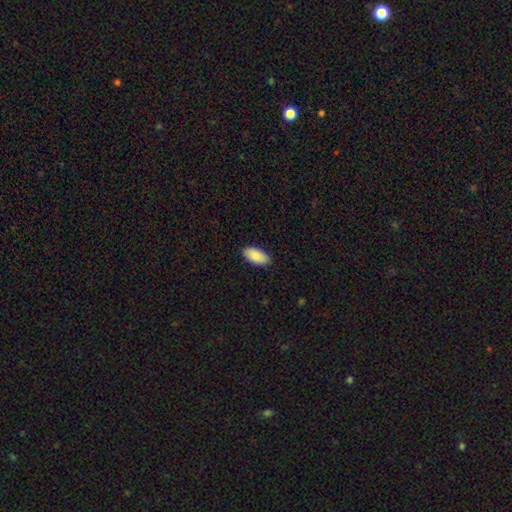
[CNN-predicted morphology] The model was most divided on "merging": none: 88%, minor disturbance: 9%, major disturbance: 2%, merger: 1%. More confident: how rounded — in between (94%); smooth or featured — smooth (88%).